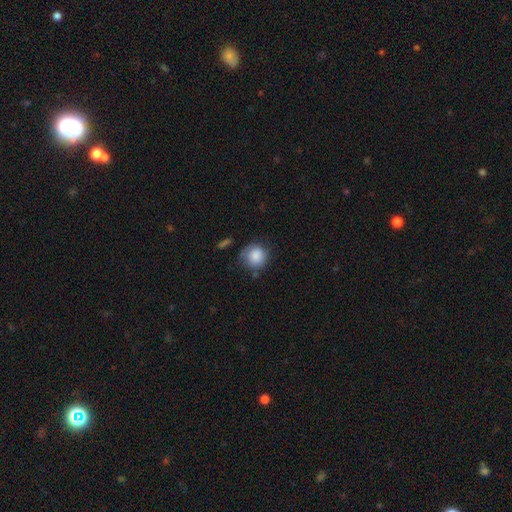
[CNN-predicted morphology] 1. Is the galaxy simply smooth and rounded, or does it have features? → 86% smooth, 7% star or artifact, 7% featured or disk.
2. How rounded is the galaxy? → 89% round, 10% in between, 1% cigar-shaped.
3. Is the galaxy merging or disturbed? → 66% none, 22% minor disturbance, 7% major disturbance, 4% merger.